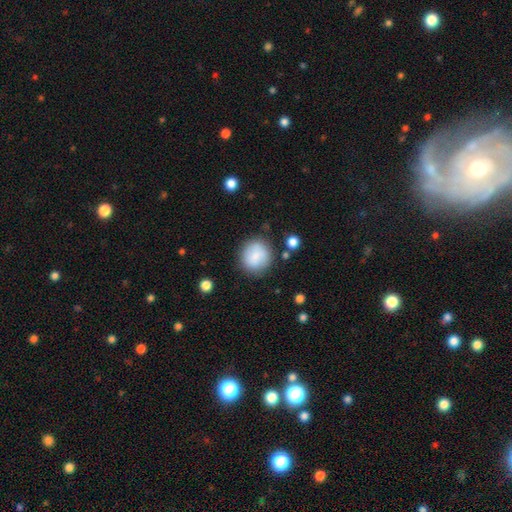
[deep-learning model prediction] smooth 82%, featured or disk 10%, star or artifact 8%. Down the decision tree: how rounded — round (85%); merging — none (78%).